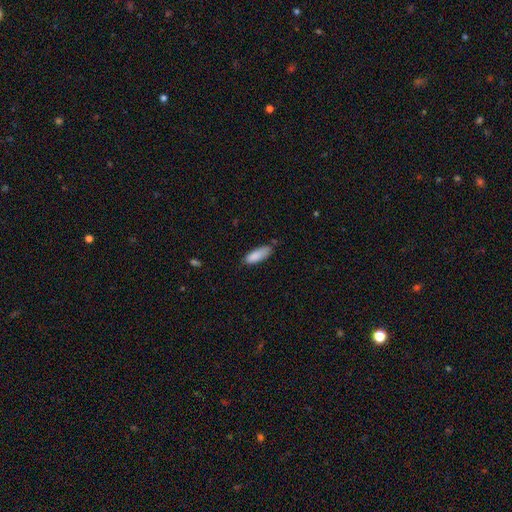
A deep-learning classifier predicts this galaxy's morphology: This is clearly a smooth galaxy (87%). How rounded: likely in between (67%). Merging: possibly none (59%).